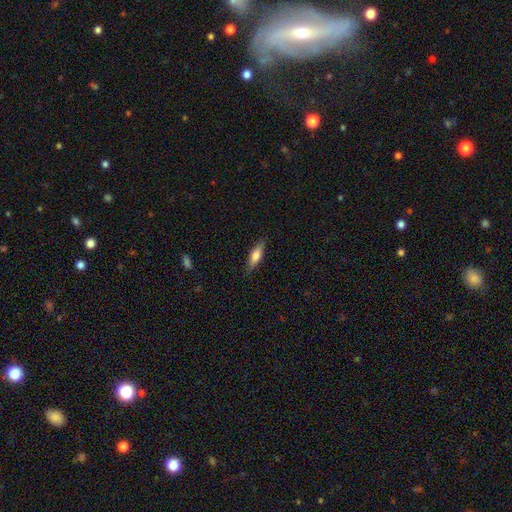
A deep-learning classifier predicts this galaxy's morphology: Smooth or featured? Predicted: smooth (p=0.61). How rounded? Predicted: cigar-shaped (p=0.59). Merging? Predicted: none (p=0.85).